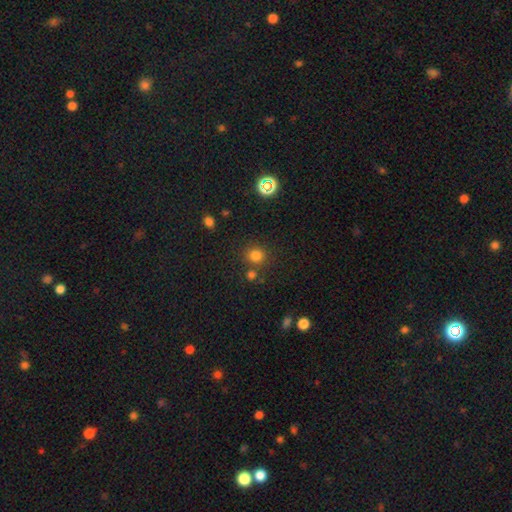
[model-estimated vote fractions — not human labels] Morphology: type=smooth (78%); roundness=round (88%); merging=none (77%).